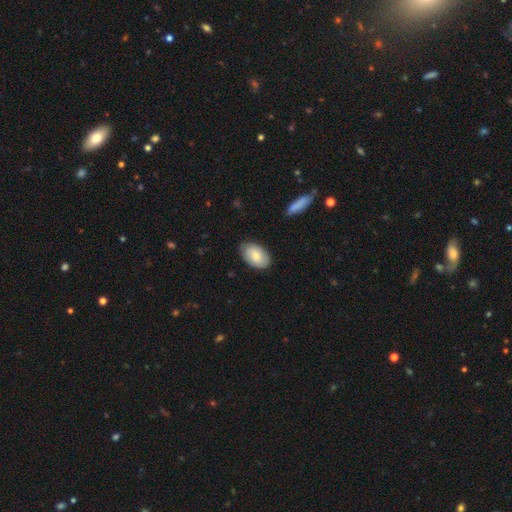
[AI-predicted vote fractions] A smooth galaxy with no disk features (76%) that is in between round and cigar-shaped (92%). Merging: none (82%).